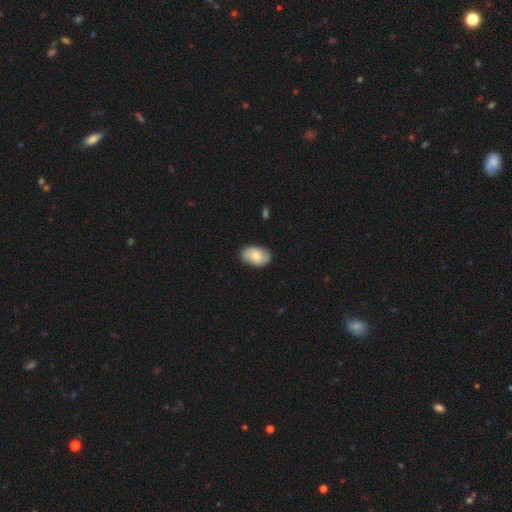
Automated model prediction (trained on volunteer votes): Smooth or featured? smooth (74%)
How rounded? in between (90%)
Merging? none (82%)